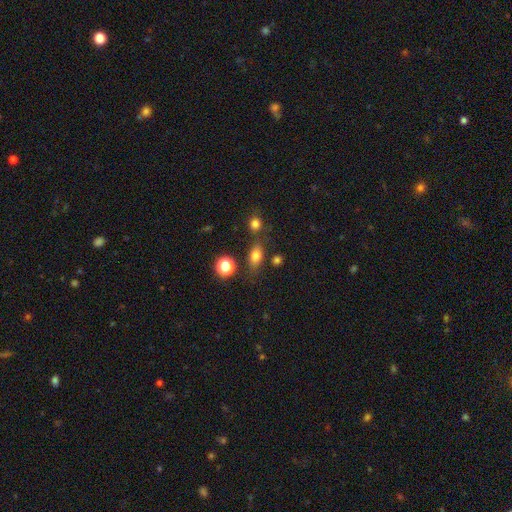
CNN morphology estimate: Smooth or featured? Predicted: smooth (p=0.76). How rounded? Predicted: in between (p=0.73). Merging? Predicted: none (p=0.72).